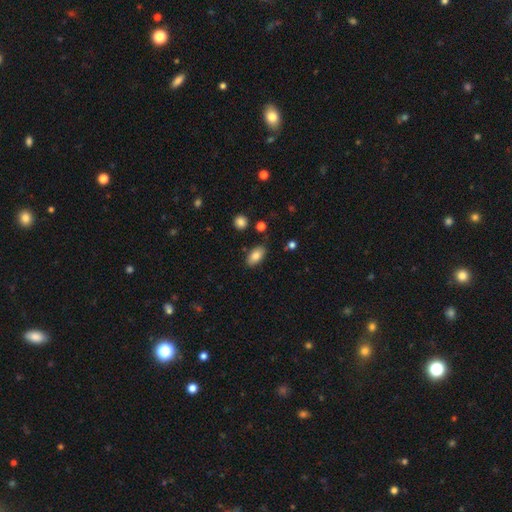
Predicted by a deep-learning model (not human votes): Q: Smooth or featured?
A: smooth (83%); runner-up: featured or disk (9%)
Q: How rounded?
A: in between (92%); runner-up: round (5%)
Q: Merging?
A: none (83%); runner-up: minor disturbance (12%)